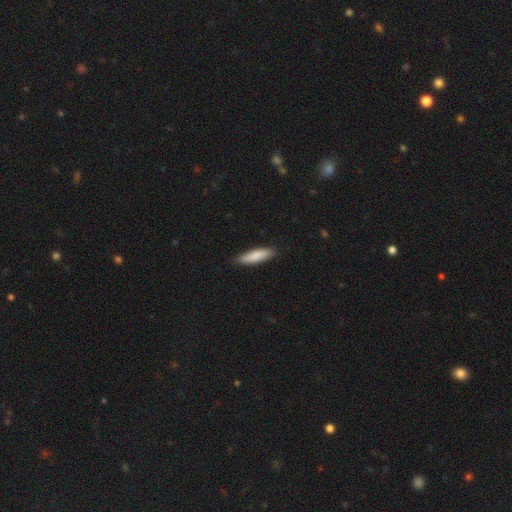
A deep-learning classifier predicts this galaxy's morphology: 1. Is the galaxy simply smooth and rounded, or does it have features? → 84% smooth, 11% featured or disk, 5% star or artifact.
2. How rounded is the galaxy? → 72% cigar-shaped, 27% in between, 1% round.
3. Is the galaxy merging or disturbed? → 87% none, 10% minor disturbance, 2% major disturbance, 1% merger.